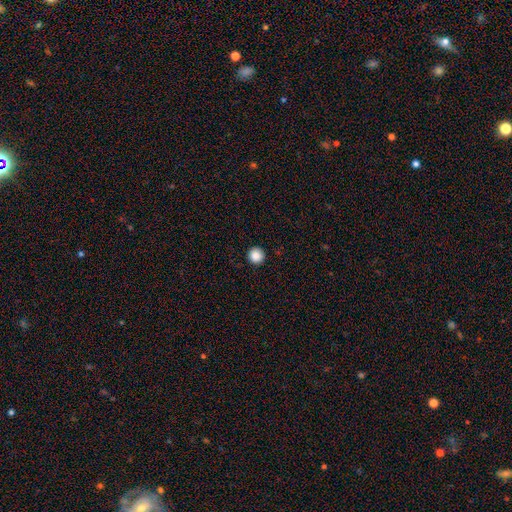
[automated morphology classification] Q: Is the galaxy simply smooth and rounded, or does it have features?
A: smooth — 87%.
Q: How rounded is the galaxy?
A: round — 96%.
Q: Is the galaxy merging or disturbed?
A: none — 93%.